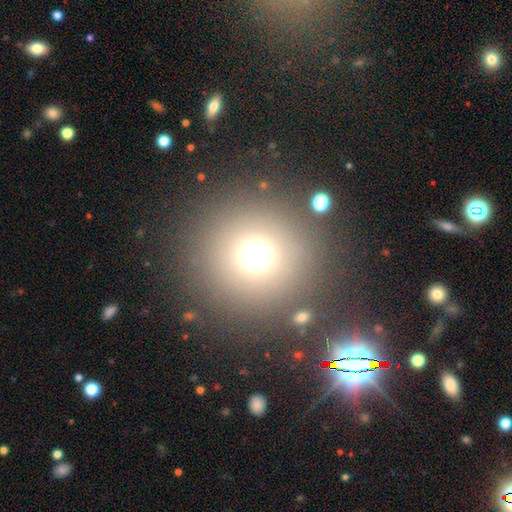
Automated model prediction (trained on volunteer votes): Smooth or featured? smooth (67%)
How rounded? round (95%)
Merging? none (85%)